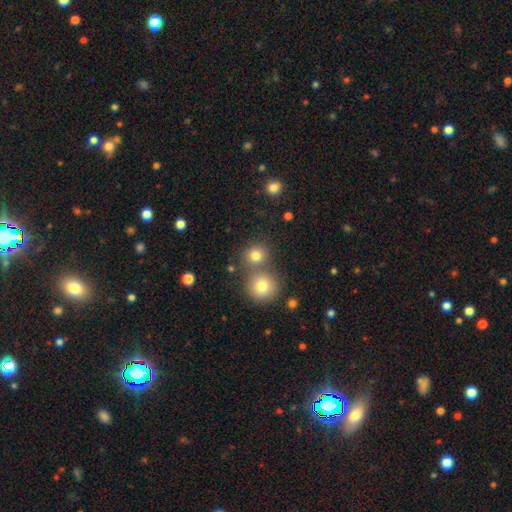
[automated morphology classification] Smooth or featured? Predicted: smooth (p=0.79). How rounded? Predicted: round (p=0.87). Merging? Predicted: none (p=0.61).